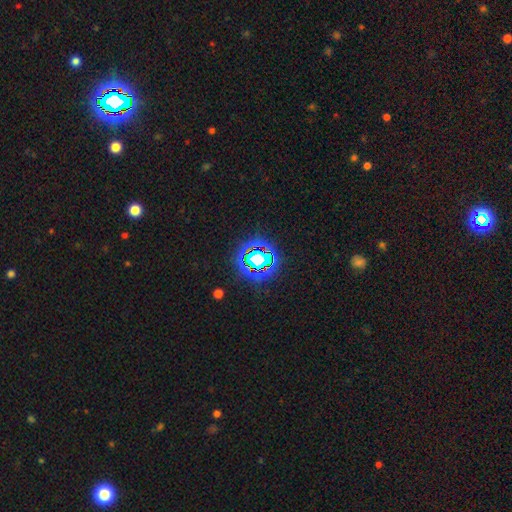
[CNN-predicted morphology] type=star or artifact (70%).